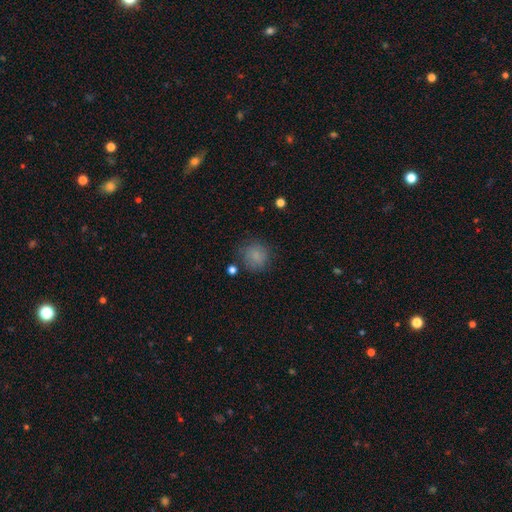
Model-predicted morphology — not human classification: Smooth or featured: smooth — 81% (star or artifact — 10%)
How rounded: round — 87% (in between — 12%)
Merging: none — 76% (minor disturbance — 16%)